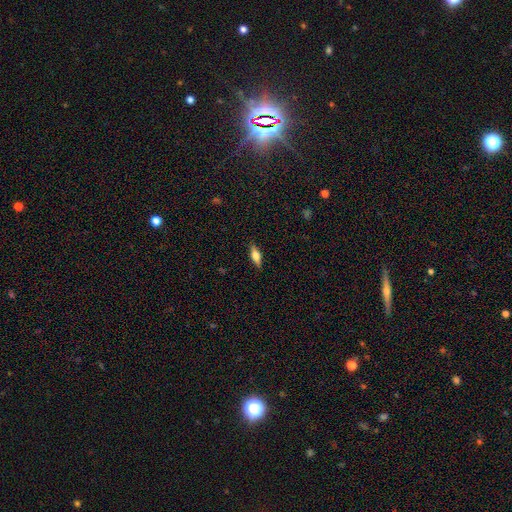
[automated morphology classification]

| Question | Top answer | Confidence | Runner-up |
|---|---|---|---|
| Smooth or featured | smooth | 53% | featured or disk (39%) |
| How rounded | in between | 60% | cigar-shaped (37%) |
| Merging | none | 87% | minor disturbance (10%) |